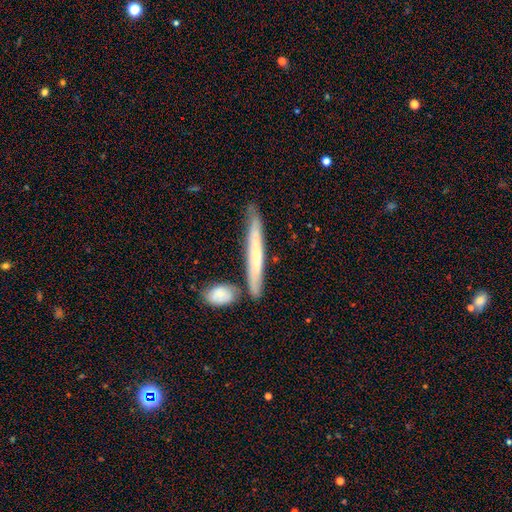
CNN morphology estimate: featured or disk 50%, smooth 45%, star or artifact 6%. Down the decision tree: merging — none (74%).